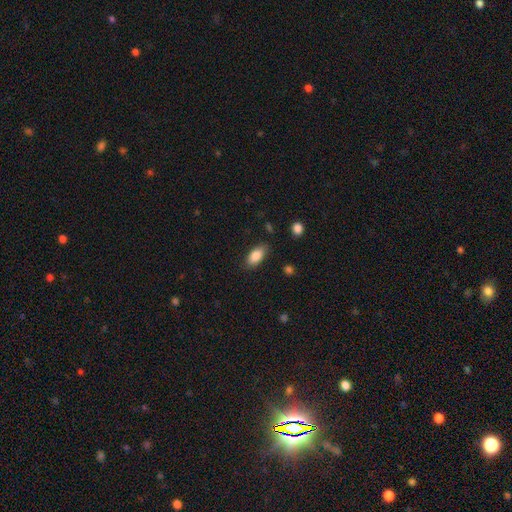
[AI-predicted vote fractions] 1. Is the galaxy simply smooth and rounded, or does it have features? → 85% smooth, 8% featured or disk, 7% star or artifact.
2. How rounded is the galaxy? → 90% in between, 7% cigar-shaped, 4% round.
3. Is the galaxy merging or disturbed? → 83% none, 13% minor disturbance, 3% major disturbance, 1% merger.